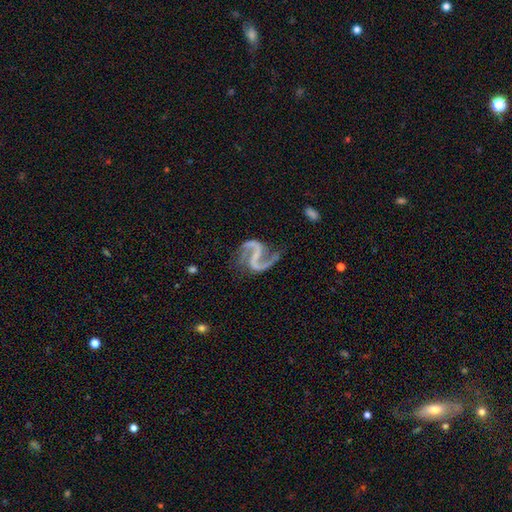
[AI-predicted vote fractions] Smooth or featured: featured or disk — 93% (star or artifact — 4%)
Edge-on disk: no — 98% (yes — 2%)
Bar: strong — 38% (weak — 37%)
Spiral arms: yes — 98% (no — 2%)
Spiral winding: loose — 54% (medium — 39%)
Spiral arm count: 2 — 94% (1 — 2%)
Bulge size: none — 55% (small — 36%)
Merging: none — 70% (minor disturbance — 16%)